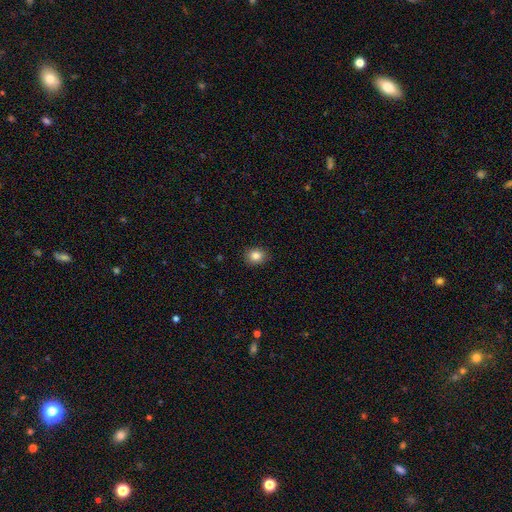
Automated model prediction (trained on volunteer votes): smooth_or_featured: smooth (p=0.84) [alt: star or artifact p=0.10]
how_rounded: round (p=0.64) [alt: in between p=0.35]
merging: none (p=0.88) [alt: minor disturbance p=0.09]